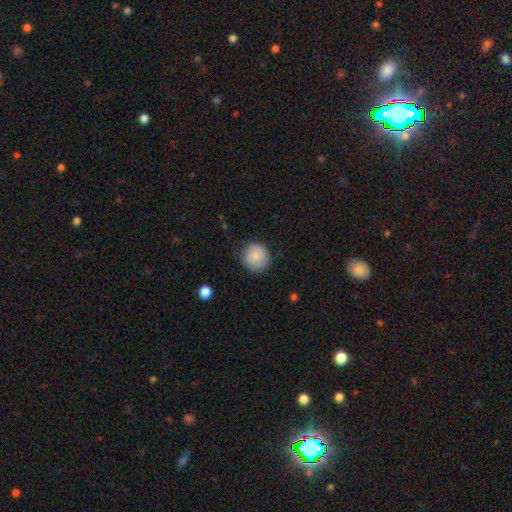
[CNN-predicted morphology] Overall: smooth (86%). How rounded: round (93%). Merging: none (84%).